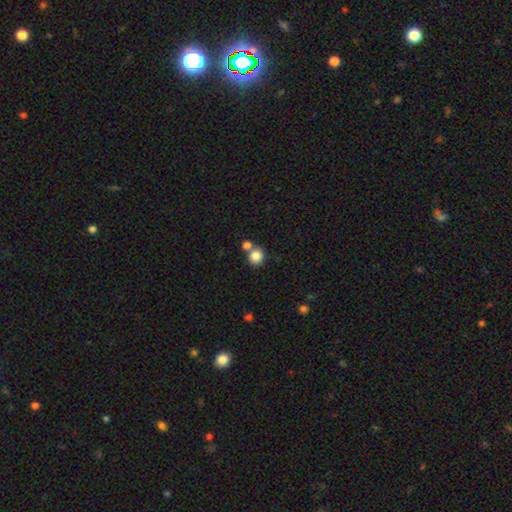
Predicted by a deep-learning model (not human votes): The model was most divided on "merging": none: 59%, merger: 30%, minor disturbance: 8%, major disturbance: 3%. More confident: how rounded — round (85%); smooth or featured — smooth (85%).